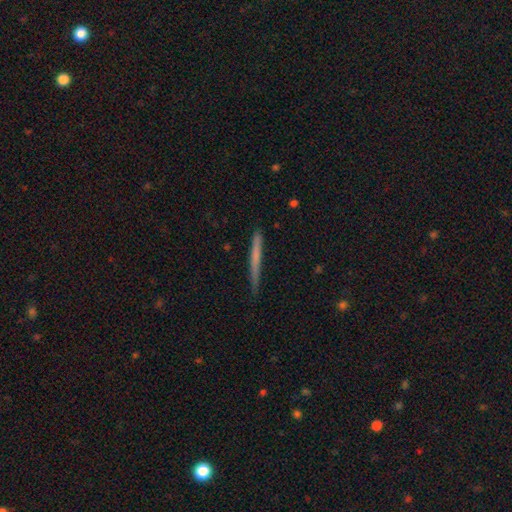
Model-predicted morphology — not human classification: smooth 55%, featured or disk 39%, star or artifact 6%. Down the decision tree: how rounded — cigar-shaped (97%); merging — none (85%).